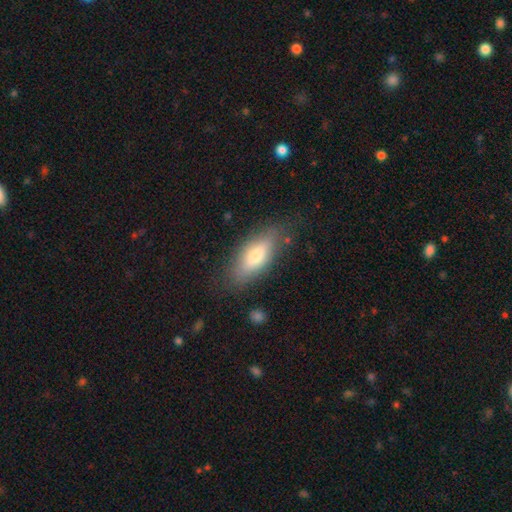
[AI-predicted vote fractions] Morphology: type=smooth (66%); roundness=in between (67%); merging=none (78%).